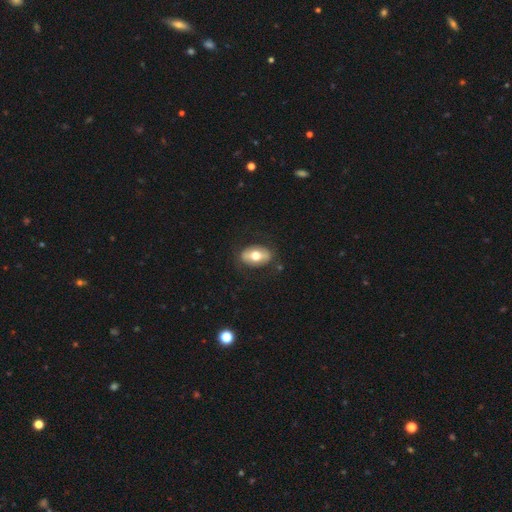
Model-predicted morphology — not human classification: This is possibly a smooth galaxy (56%). How rounded: clearly in between (86%). Merging: clearly none (81%).